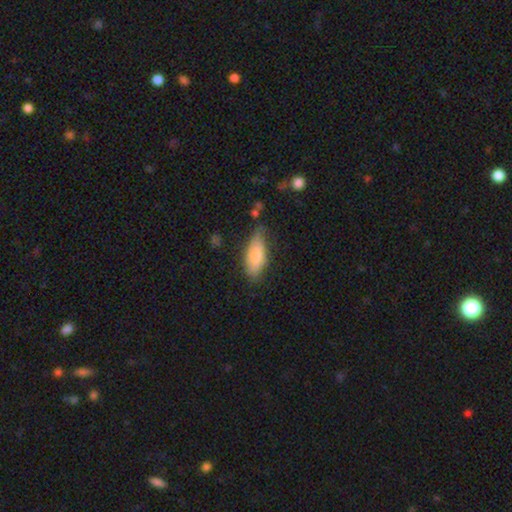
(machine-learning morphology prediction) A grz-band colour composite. It shows a smooth galaxy with no disk features (80%) that is in between round and cigar-shaped (78%). Merging: none (61%).